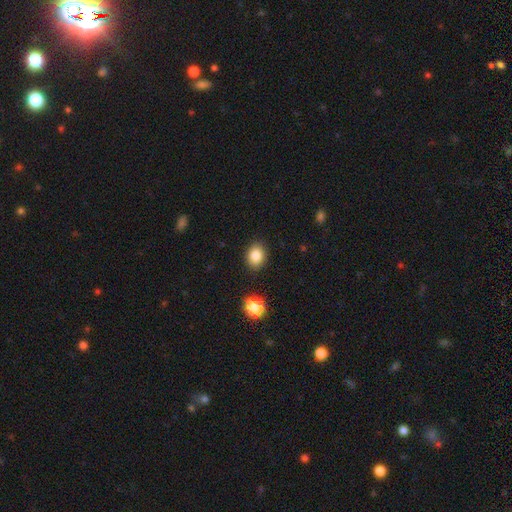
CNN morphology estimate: The model was most divided on "how rounded": in between: 56%, round: 44%, cigar-shaped: 1%. More confident: merging — none (86%); smooth or featured — smooth (85%).